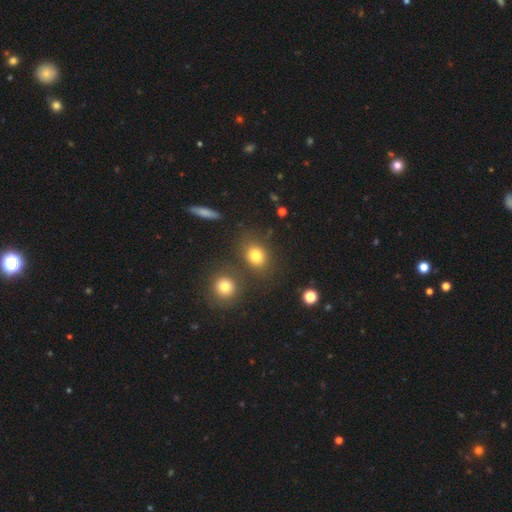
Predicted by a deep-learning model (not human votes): This is likely a smooth galaxy (78%). How rounded: possibly round (52%). Merging: likely none (73%).